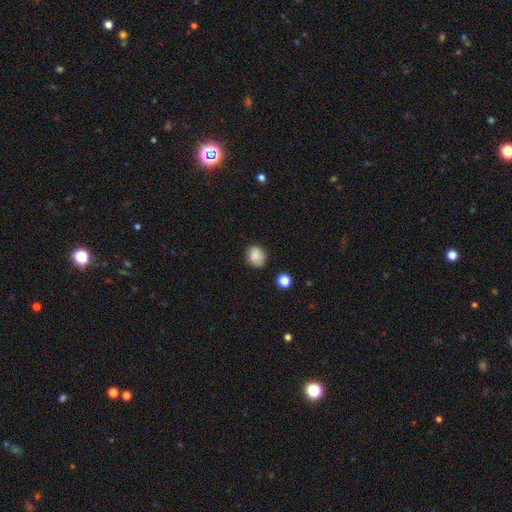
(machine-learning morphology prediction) A smooth galaxy with no disk features (84%) that is round (57%). Merging: none (75%).